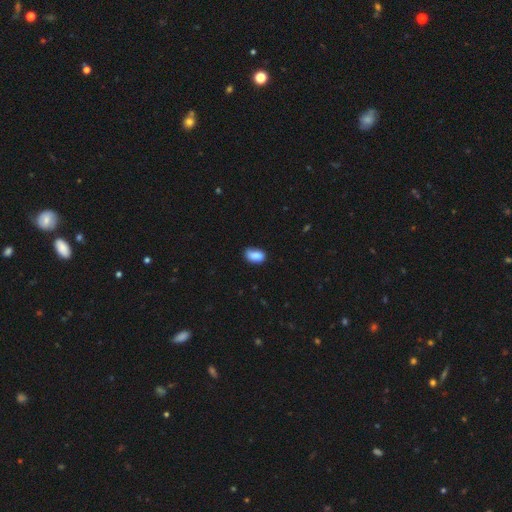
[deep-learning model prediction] Smooth or featured: smooth — 86% (star or artifact — 8%)
How rounded: in between — 91% (round — 7%)
Merging: none — 64% (minor disturbance — 29%)